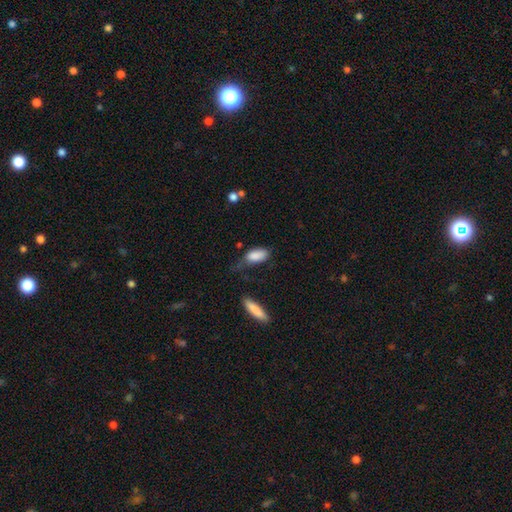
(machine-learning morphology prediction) smooth_or_featured: smooth (p=0.86) [alt: featured or disk p=0.08]
how_rounded: in between (p=0.89) [alt: cigar-shaped p=0.08]
merging: none (p=0.39) [alt: minor disturbance p=0.35]